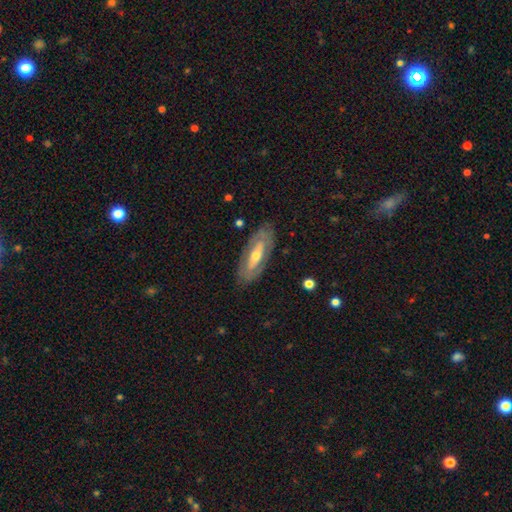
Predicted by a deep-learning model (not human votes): Morphology: type=featured or disk (66%); edge-on=no (80%); bar=no (53%); spiral arms=no (60%); bulge=moderate (60%); merging=none (82%).